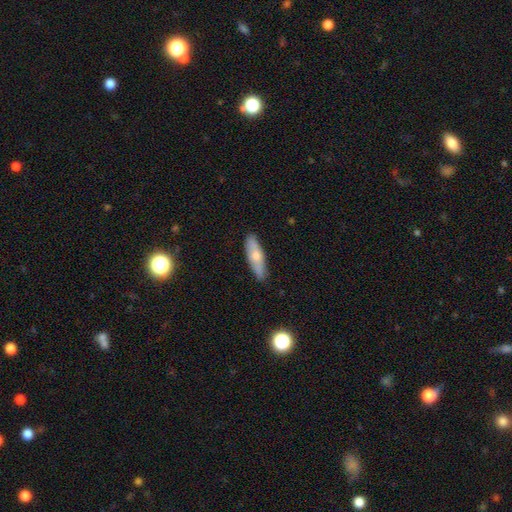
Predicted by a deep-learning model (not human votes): Overall: smooth (63%; featured or disk 31%). How rounded: cigar-shaped (58%; in between 40%). Merging: none (87%).